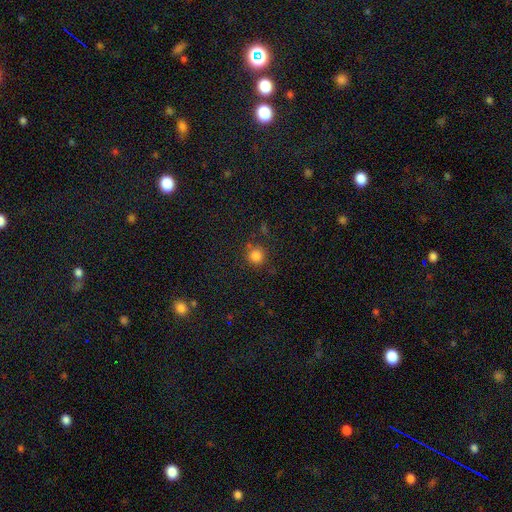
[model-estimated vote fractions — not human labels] Smooth or featured? smooth (83%)
How rounded? round (93%)
Merging? none (81%)